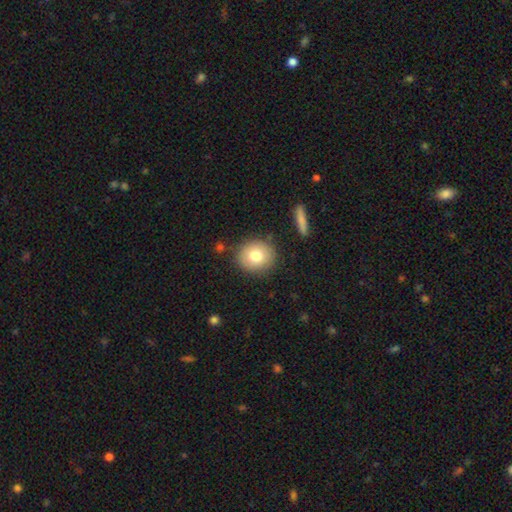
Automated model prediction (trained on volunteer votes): Q: Smooth or featured?
A: smooth (78%); runner-up: featured or disk (13%)
Q: How rounded?
A: round (83%); runner-up: in between (16%)
Q: Merging?
A: none (85%); runner-up: minor disturbance (9%)